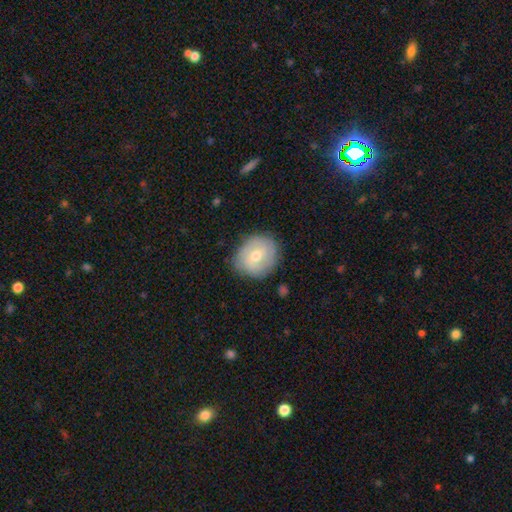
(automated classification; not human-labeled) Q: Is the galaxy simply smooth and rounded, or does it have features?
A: featured or disk — 48%.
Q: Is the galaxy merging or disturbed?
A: none — 80%.